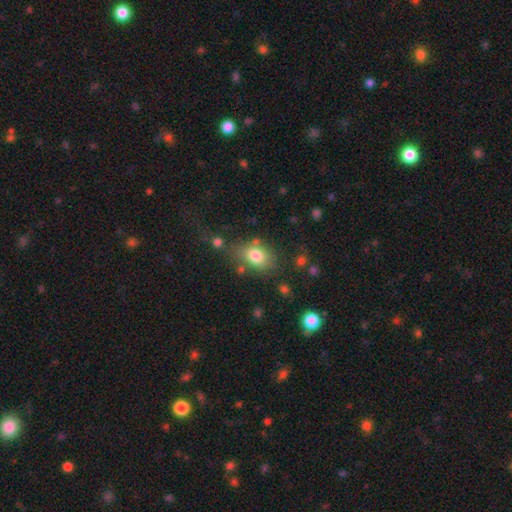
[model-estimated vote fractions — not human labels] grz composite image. It shows a smooth galaxy with no disk features (79%) that is in between round and cigar-shaped (70%). Merging: none (63%).